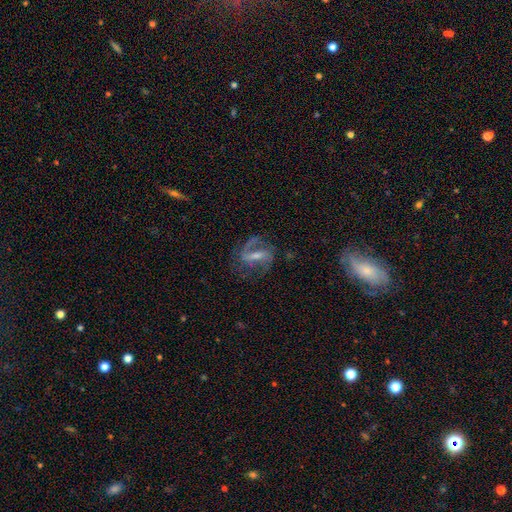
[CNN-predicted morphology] Overall: featured or disk (80%). Edge-on disk: no (93%). Bar: strong (54%; weak 34%). Spiral arms: yes (90%). Spiral arm count: 2 (75%). Spiral winding: medium (48%; loose 34%). Bulge size: small (43%; moderate 39%). Merging: none (61%).